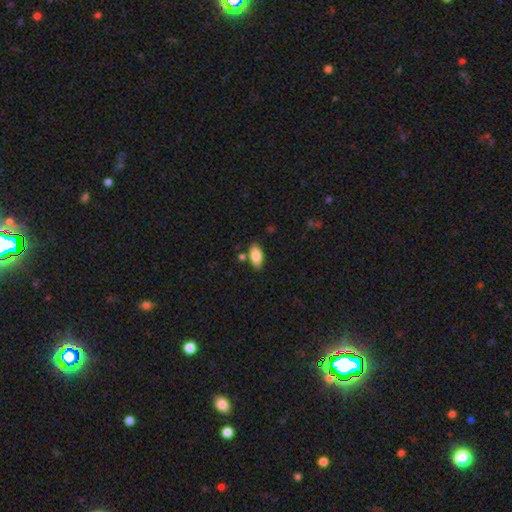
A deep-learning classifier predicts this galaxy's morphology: This appears to be a smooth galaxy with no disk features (84%) that is in between round and cigar-shaped (91%). Merging: none (80%).